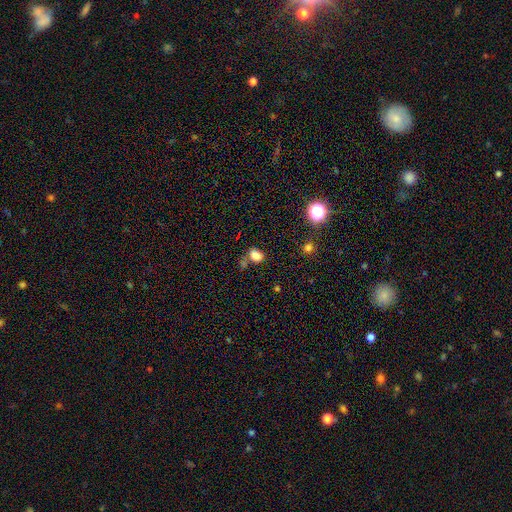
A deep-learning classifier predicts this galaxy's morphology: Q: Smooth or featured?
A: smooth (80%); runner-up: star or artifact (14%)
Q: How rounded?
A: in between (77%); runner-up: round (22%)
Q: Merging?
A: none (58%); runner-up: merger (20%)